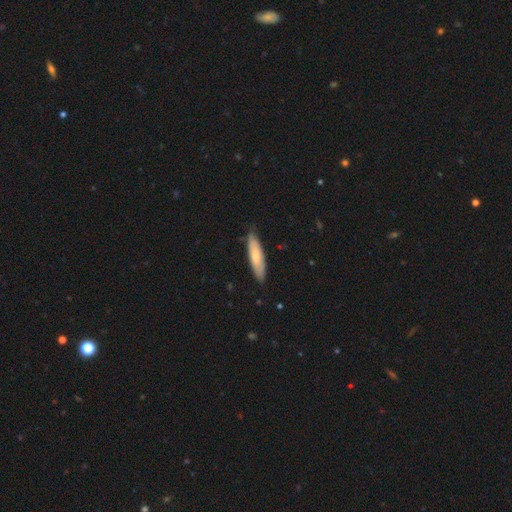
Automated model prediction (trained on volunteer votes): This appears to be a smooth galaxy with no disk features (67%) that is cigar-shaped (67%). Merging: none (81%).